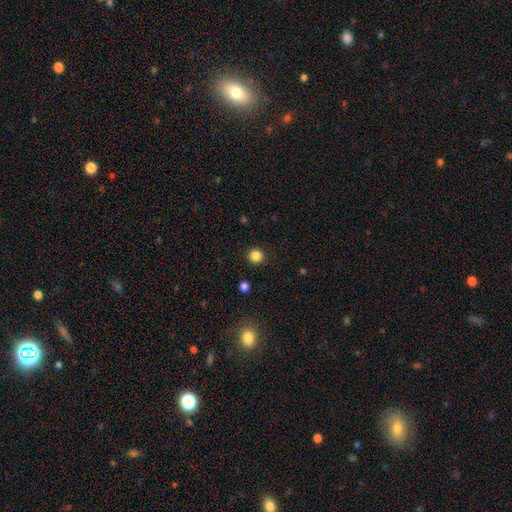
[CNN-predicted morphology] Smooth or featured? smooth (85%)
How rounded? round (94%)
Merging? none (92%)